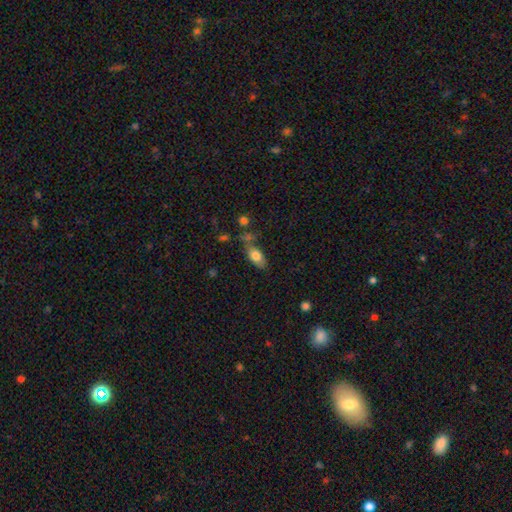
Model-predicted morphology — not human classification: Q: Smooth or featured?
A: smooth (77%); runner-up: featured or disk (15%)
Q: How rounded?
A: in between (86%); runner-up: cigar-shaped (10%)
Q: Merging?
A: none (60%); runner-up: minor disturbance (21%)